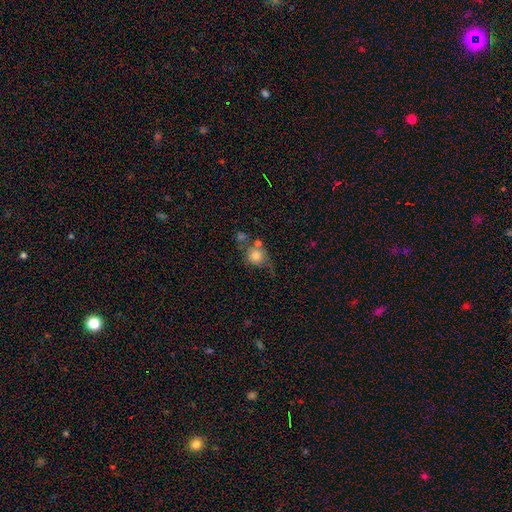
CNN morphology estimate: This is likely a smooth galaxy (73%). How rounded: likely round (79%). Merging: marginally none (42%).